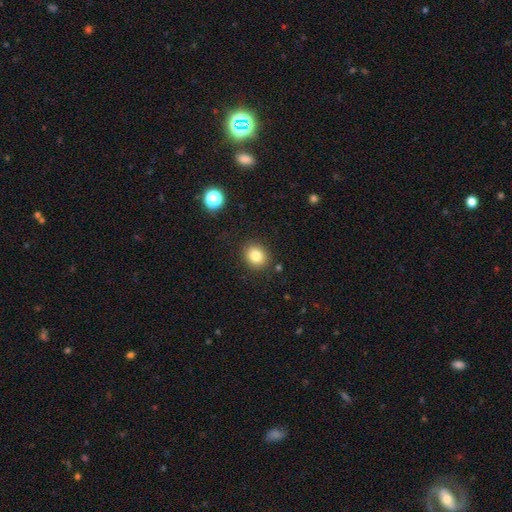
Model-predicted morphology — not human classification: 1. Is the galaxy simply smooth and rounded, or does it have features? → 82% smooth, 11% star or artifact, 7% featured or disk.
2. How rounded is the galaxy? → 70% round, 30% in between, 1% cigar-shaped.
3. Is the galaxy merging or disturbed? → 88% none, 8% minor disturbance, 2% major disturbance, 2% merger.